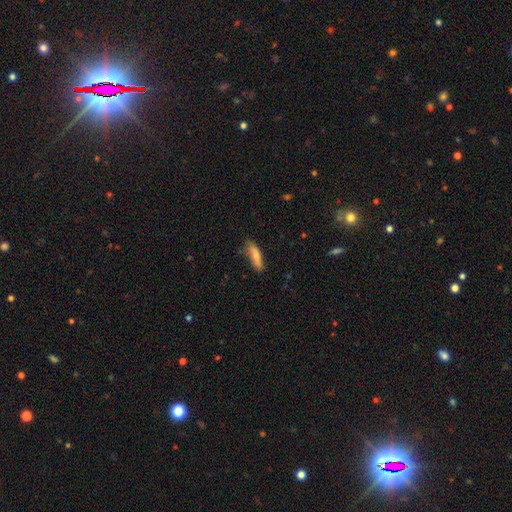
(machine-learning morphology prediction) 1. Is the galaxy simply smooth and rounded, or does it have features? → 74% smooth, 20% featured or disk, 6% star or artifact.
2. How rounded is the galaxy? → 60% cigar-shaped, 38% in between, 2% round.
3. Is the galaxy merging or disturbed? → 69% none, 24% minor disturbance, 5% major disturbance, 2% merger.